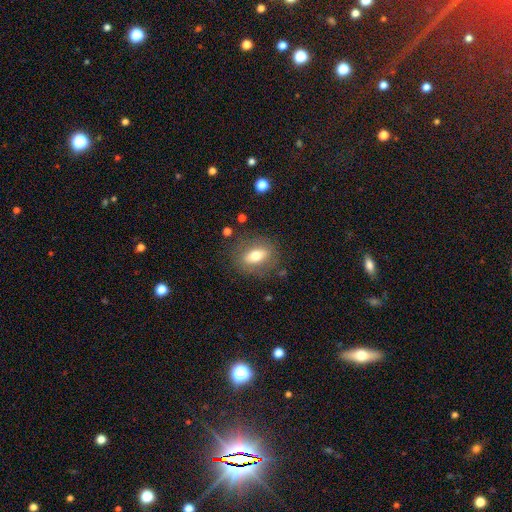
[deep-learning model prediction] Smooth or featured? smooth (65%)
How rounded? in between (72%)
Merging? none (81%)